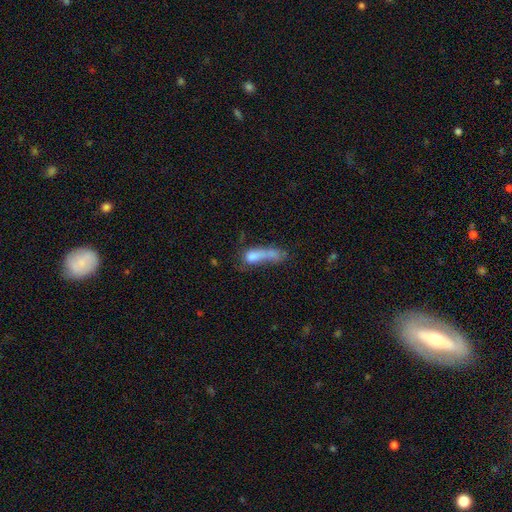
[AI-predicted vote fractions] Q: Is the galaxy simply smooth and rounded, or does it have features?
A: smooth — 64%.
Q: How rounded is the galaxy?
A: in between — 47%.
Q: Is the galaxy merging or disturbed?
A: major disturbance — 37%.